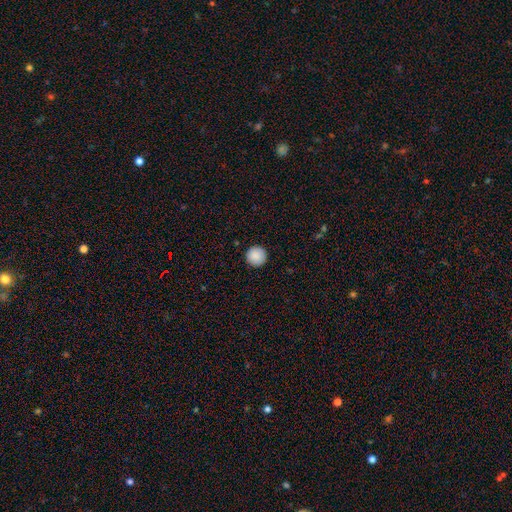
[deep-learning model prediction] This appears to be a smooth galaxy with no disk features (89%) that is round (97%). Merging: none (93%).